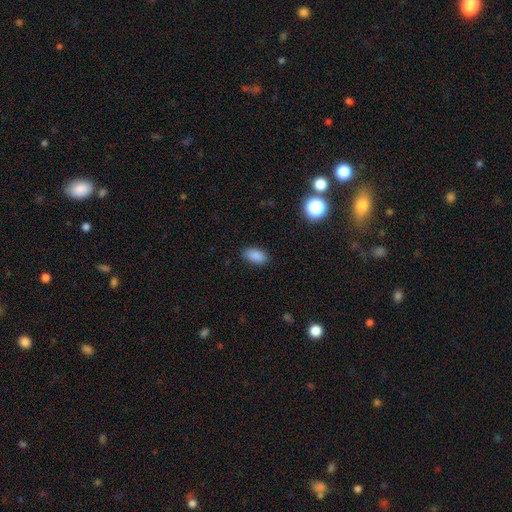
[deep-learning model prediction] The model was most divided on "smooth or featured": smooth: 87%, star or artifact: 9%, featured or disk: 3%. More confident: how rounded — in between (92%); merging — none (88%).